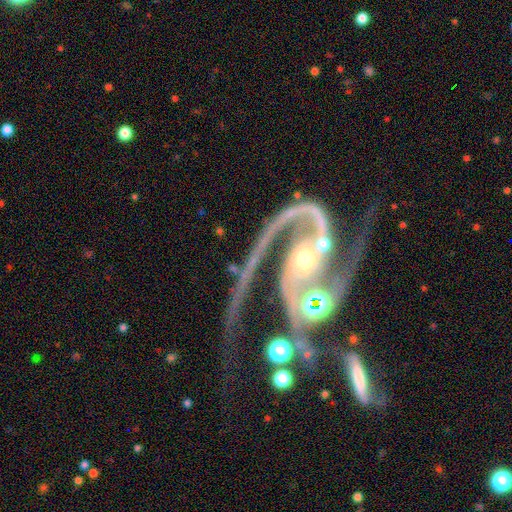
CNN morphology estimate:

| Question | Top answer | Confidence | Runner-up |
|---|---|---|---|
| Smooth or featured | featured or disk | 91% | star or artifact (6%) |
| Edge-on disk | no | 97% | yes (3%) |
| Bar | no | 61% | weak (22%) |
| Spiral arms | yes | 97% | no (3%) |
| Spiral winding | medium | 51% | loose (28%) |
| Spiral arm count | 2 | 85% | 1 (5%) |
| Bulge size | small | 63% | moderate (30%) |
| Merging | none | 30% | major disturbance (29%) |